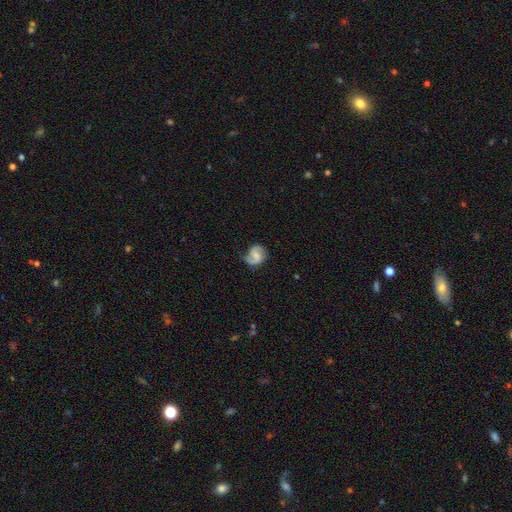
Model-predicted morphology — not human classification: A featured or disk galaxy (67%) with a weak bar (46%), 2 (75%) medium (45%) spiral arms (92%) and a small central bulge (39%). Merging: none (60%).